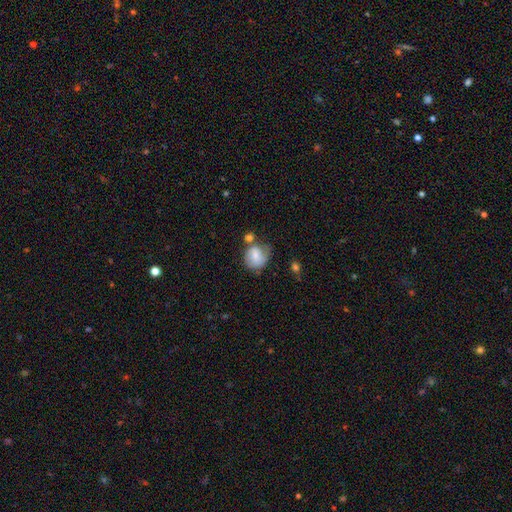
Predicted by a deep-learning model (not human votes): smooth-or-featured: smooth: 60% | featured or disk: 32% | star or artifact: 8%
  how-rounded: round: 69% | in between: 30% | cigar-shaped: 1%
  merging: none: 45% | minor disturbance: 27% | merger: 15% | major disturbance: 13%